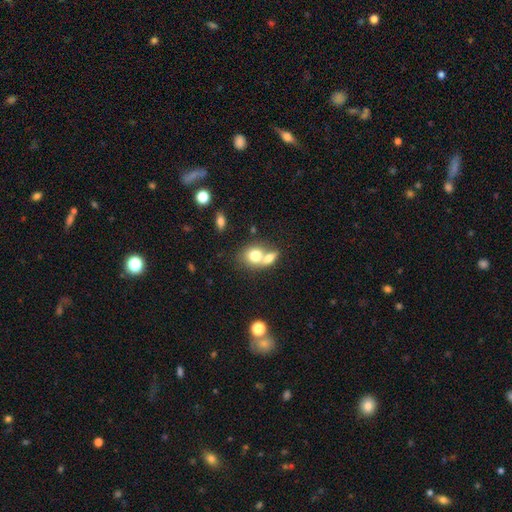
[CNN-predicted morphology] The model was most divided on "how rounded": round: 51%, in between: 47%, cigar-shaped: 2%. More confident: smooth or featured — smooth (74%); merging — merger (62%).